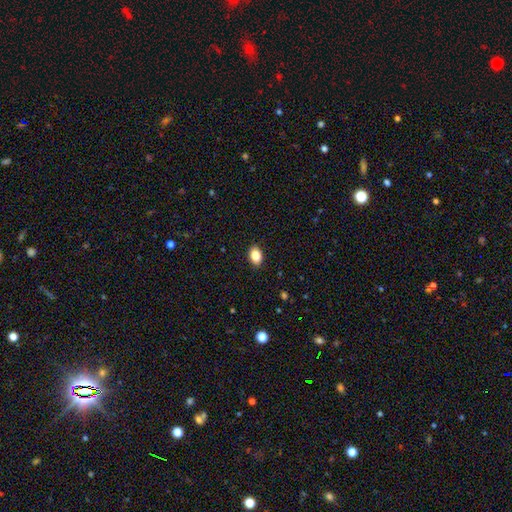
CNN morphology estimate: A smooth galaxy with no disk features (85%) that is in between round and cigar-shaped (83%). Merging: none (89%).